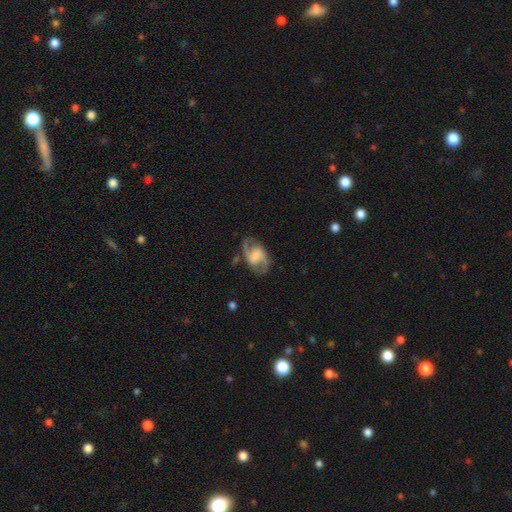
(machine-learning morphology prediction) This is clearly a featured or disk galaxy (81%). It is clearly not viewed edge-on (97%). Bar: possibly weak (46%). Spiral arm pattern: clearly yes (94%). Spiral arm count: clearly 2 (91%). Spiral winding: possibly medium (52%). Central bulge: marginally none (41%). Merging: likely none (75%).